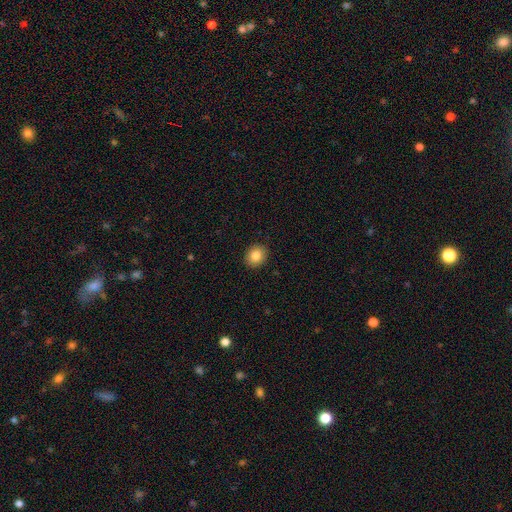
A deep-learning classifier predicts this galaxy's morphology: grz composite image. It shows a smooth galaxy with no disk features (84%) that is round (69%). Merging: none (91%).